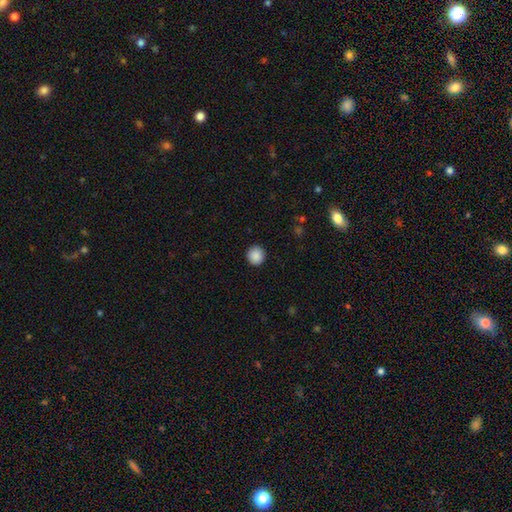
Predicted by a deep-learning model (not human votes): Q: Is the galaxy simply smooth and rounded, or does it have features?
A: smooth — 89%.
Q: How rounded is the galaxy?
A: round — 93%.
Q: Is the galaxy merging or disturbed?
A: none — 92%.